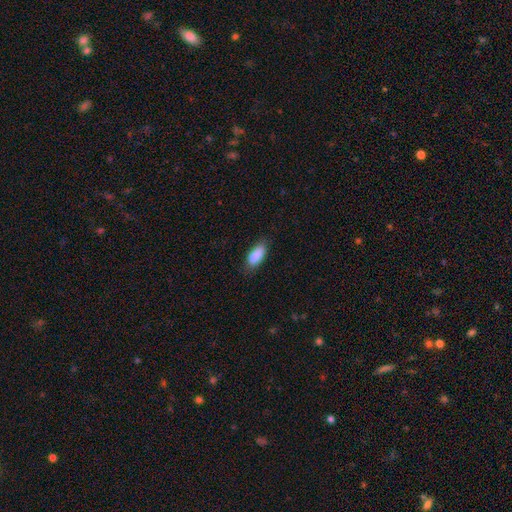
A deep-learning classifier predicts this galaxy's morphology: A smooth galaxy with no disk features (87%) that is in between round and cigar-shaped (77%). Merging: none (75%).